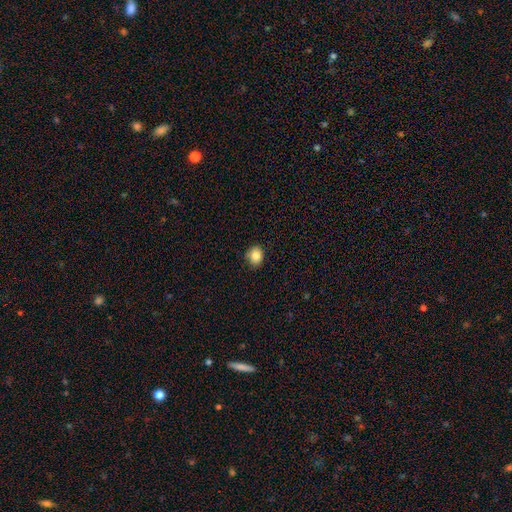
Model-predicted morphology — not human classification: Overall: smooth (83%). How rounded: round (70%). Merging: none (84%).